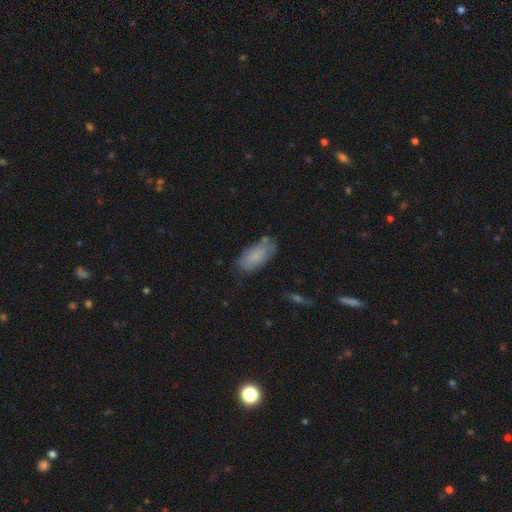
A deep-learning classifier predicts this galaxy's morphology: A smooth galaxy with no disk features (81%) that is in between round and cigar-shaped (89%). Merging: none (73%).